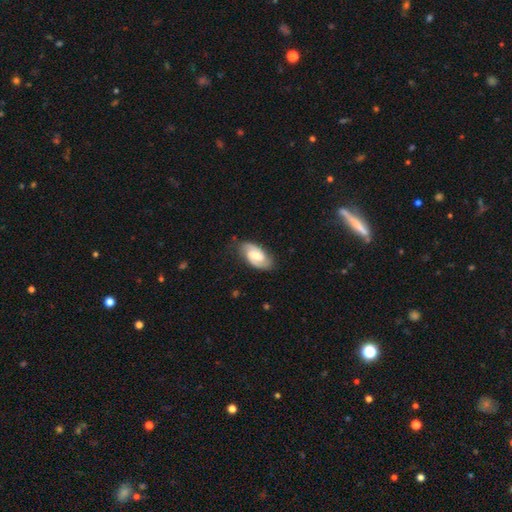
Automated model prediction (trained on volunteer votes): This appears to be a featured or disk galaxy (75%) with a weak bar (51%), 2 (89%) medium (46%) spiral arms (94%) and a moderate central bulge (44%). Merging: none (77%).